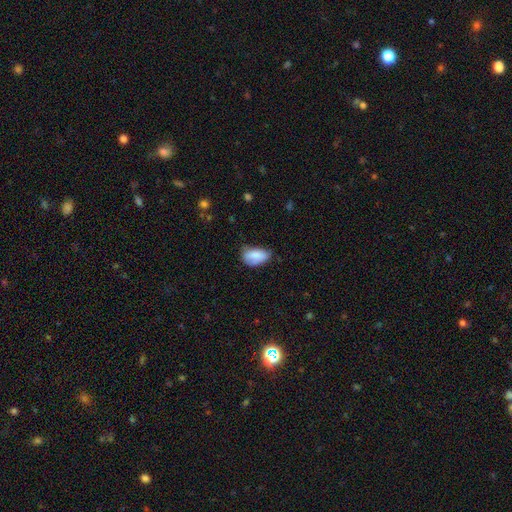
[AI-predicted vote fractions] Smooth or featured: smooth — 83% (featured or disk — 9%)
How rounded: in between — 91% (round — 7%)
Merging: none — 50% (minor disturbance — 39%)